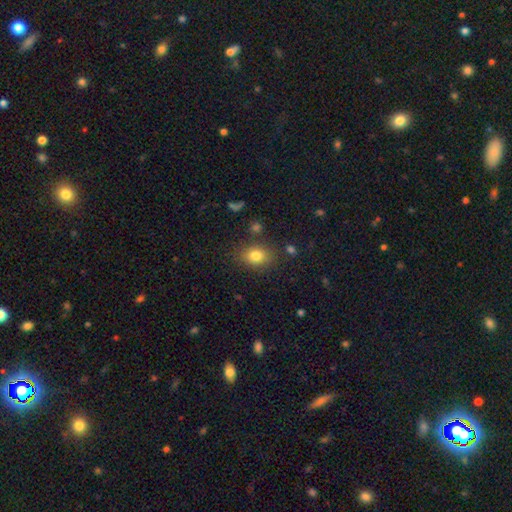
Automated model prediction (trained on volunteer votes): This appears to be a smooth galaxy with no disk features (80%) that is in between round and cigar-shaped (64%). Merging: none (82%).